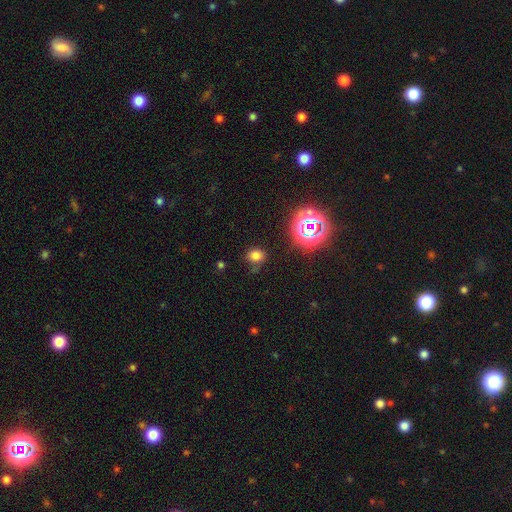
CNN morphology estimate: A smooth galaxy with no disk features (69%) that is round (60%). Merging: none (73%).